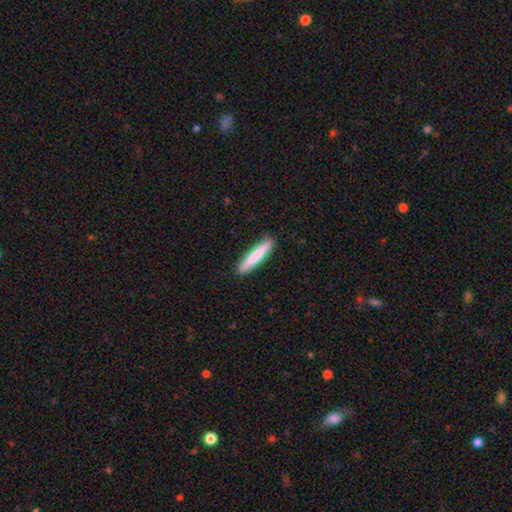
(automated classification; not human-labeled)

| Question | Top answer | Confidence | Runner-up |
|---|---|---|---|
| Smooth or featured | smooth | 79% | featured or disk (16%) |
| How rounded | cigar-shaped | 91% | in between (8%) |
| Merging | none | 90% | minor disturbance (7%) |